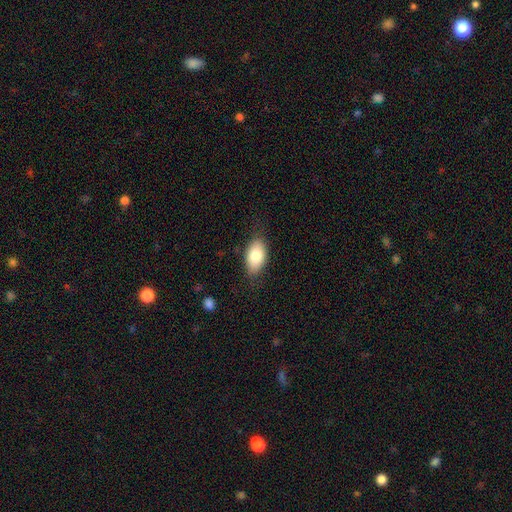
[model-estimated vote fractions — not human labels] Morphology: type=smooth (82%); roundness=in between (93%); merging=none (80%).